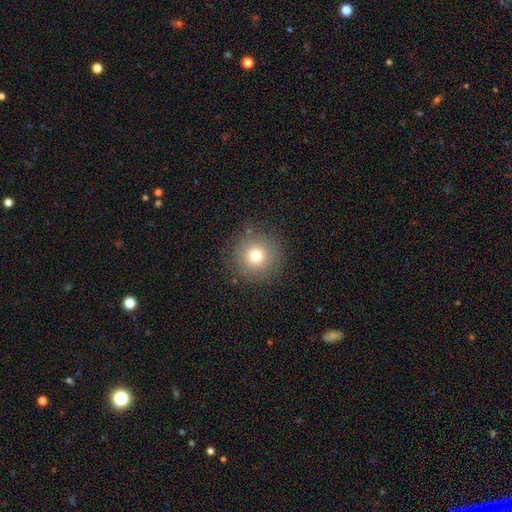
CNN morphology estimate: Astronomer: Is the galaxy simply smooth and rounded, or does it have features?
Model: smooth — 75%.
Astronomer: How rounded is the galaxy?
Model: round — 96%.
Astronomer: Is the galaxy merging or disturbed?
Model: none — 87%.